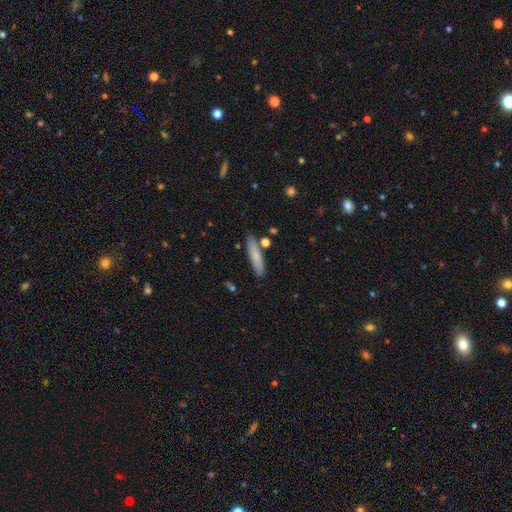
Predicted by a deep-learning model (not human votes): smooth_or_featured: smooth (p=0.77) [alt: featured or disk p=0.17]
how_rounded: cigar-shaped (p=0.83) [alt: in between p=0.16]
merging: none (p=0.82) [alt: minor disturbance p=0.11]